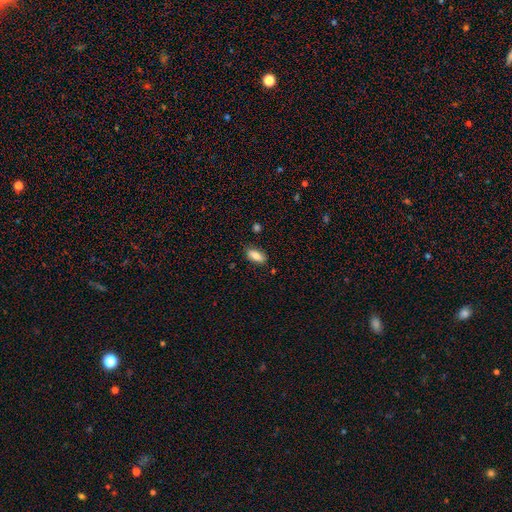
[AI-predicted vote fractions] Smooth or featured?
  - smooth: 82% *
  - featured or disk: 10%
  - star or artifact: 7%
How rounded?
  - in between: 87% *
  - cigar-shaped: 11%
  - round: 3%
Merging?
  - none: 83% *
  - minor disturbance: 13%
  - major disturbance: 3%
  - merger: 2%